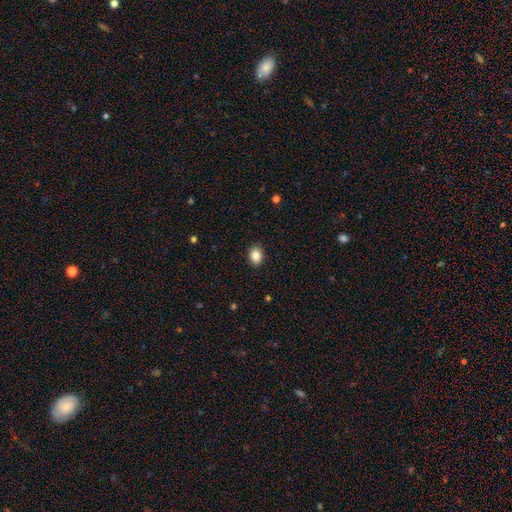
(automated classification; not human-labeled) Morphology: type=smooth (86%); roundness=in between (54%); merging=none (89%).